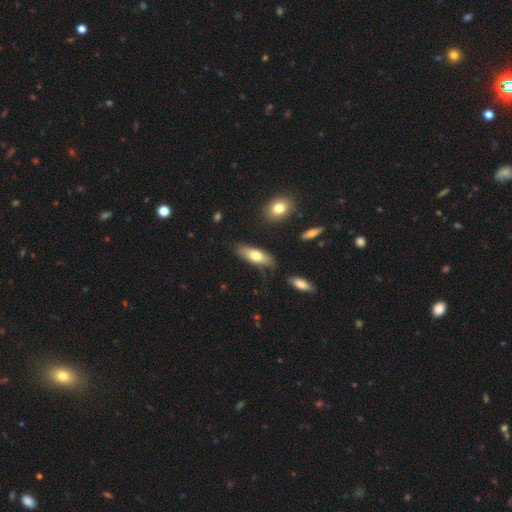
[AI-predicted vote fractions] Smooth or featured?
  - smooth: 70% *
  - featured or disk: 24%
  - star or artifact: 6%
How rounded?
  - in between: 66% *
  - cigar-shaped: 32%
  - round: 2%
Merging?
  - none: 70% *
  - minor disturbance: 20%
  - major disturbance: 5%
  - merger: 4%